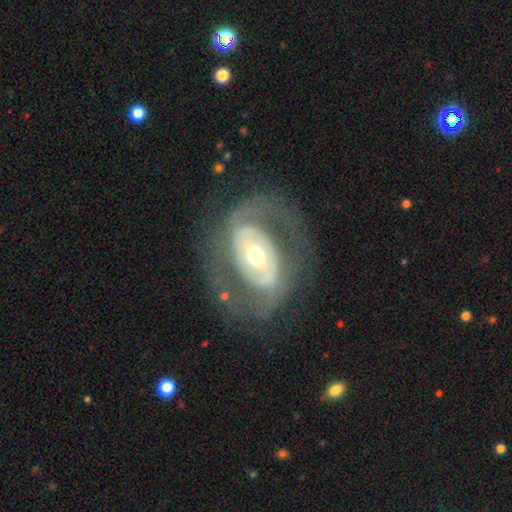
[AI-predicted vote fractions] Smooth or featured: featured or disk — 81% (smooth — 13%)
Edge-on disk: no — 95% (yes — 5%)
Bar: no — 46% (weak — 29%)
Spiral arms: yes — 76% (no — 24%)
Spiral winding: medium — 43% (tight — 37%)
Spiral arm count: 2 — 80% (can't tell — 12%)
Bulge size: moderate — 59% (small — 30%)
Merging: none — 71% (major disturbance — 14%)